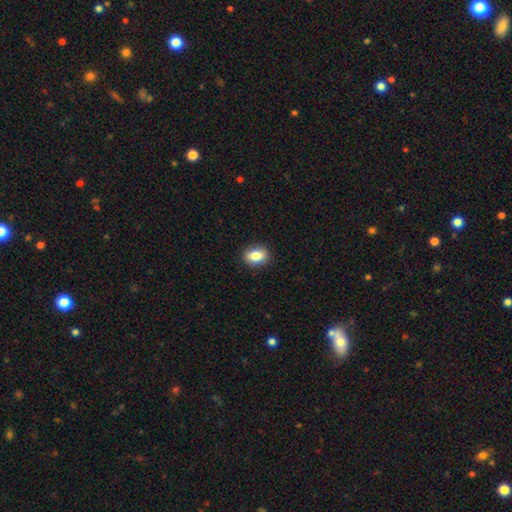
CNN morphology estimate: smooth 81%, featured or disk 10%, star or artifact 8%. Down the decision tree: how rounded — in between (61%); merging — none (89%).